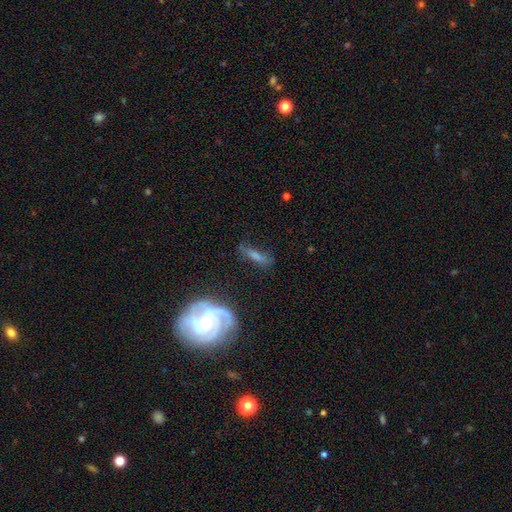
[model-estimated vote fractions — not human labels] The model was most divided on "smooth or featured": featured or disk: 58%, smooth: 31%, star or artifact: 11%. More confident: edge-on disk — no (80%); merging — none (65%).